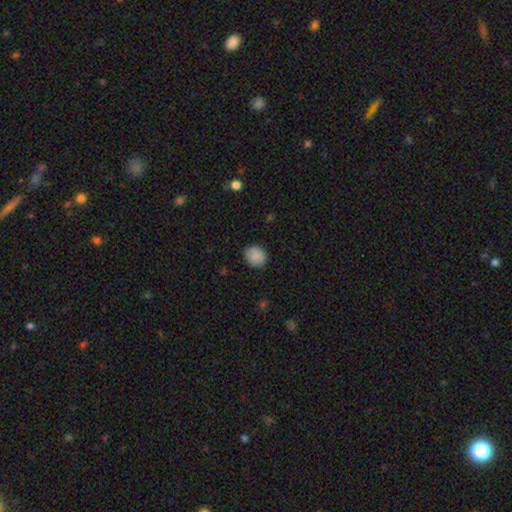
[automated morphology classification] The model was most divided on "how rounded": round: 70%, in between: 29%, cigar-shaped: 1%. More confident: smooth or featured — smooth (89%); merging — none (87%).